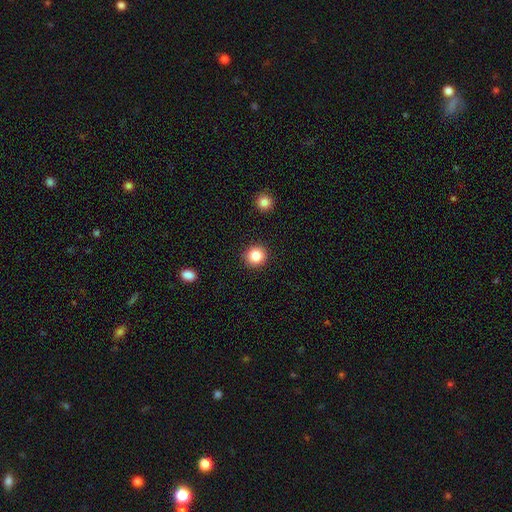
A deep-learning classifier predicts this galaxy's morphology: Q: Smooth or featured?
A: smooth (85%); runner-up: star or artifact (10%)
Q: How rounded?
A: round (92%); runner-up: in between (7%)
Q: Merging?
A: none (90%); runner-up: minor disturbance (6%)